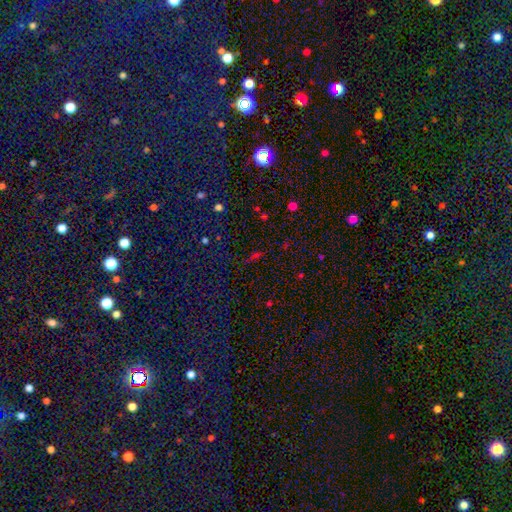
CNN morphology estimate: star or artifact 57%, smooth 33%, featured or disk 10%.